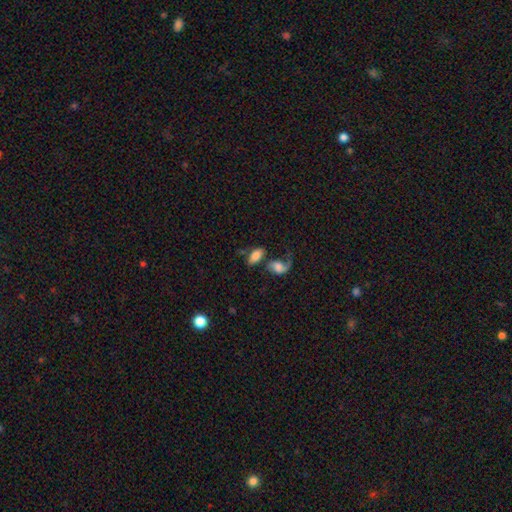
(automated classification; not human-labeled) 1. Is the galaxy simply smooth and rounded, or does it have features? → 74% smooth, 17% featured or disk, 9% star or artifact.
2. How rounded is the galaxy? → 90% in between, 6% round, 4% cigar-shaped.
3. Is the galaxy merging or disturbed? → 42% none, 33% merger, 13% minor disturbance, 12% major disturbance.